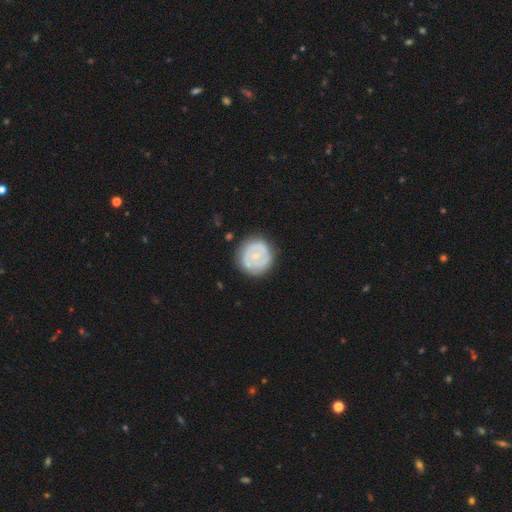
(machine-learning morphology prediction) smooth_or_featured: featured or disk (p=0.57) [alt: smooth p=0.38]
disk_edge_on: no (p=0.98) [alt: yes p=0.02]
bar: no (p=0.72) [alt: weak p=0.22]
has_spiral_arms: yes (p=0.56) [alt: no p=0.44]
bulge_size: small (p=0.68) [alt: moderate p=0.25]
merging: none (p=0.79) [alt: minor disturbance p=0.14]